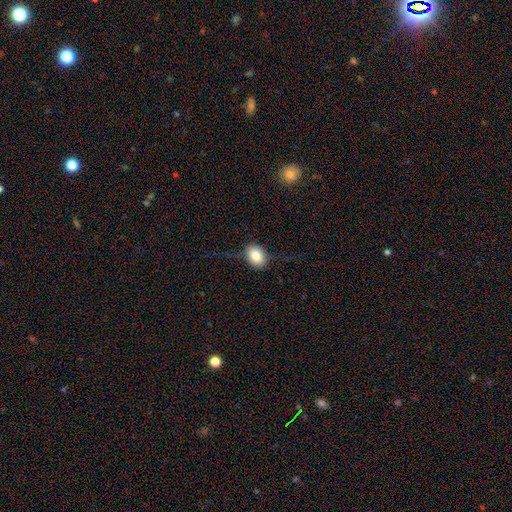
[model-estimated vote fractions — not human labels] Smooth or featured: smooth — 79% (featured or disk — 13%)
How rounded: in between — 66% (round — 33%)
Merging: none — 71% (minor disturbance — 19%)